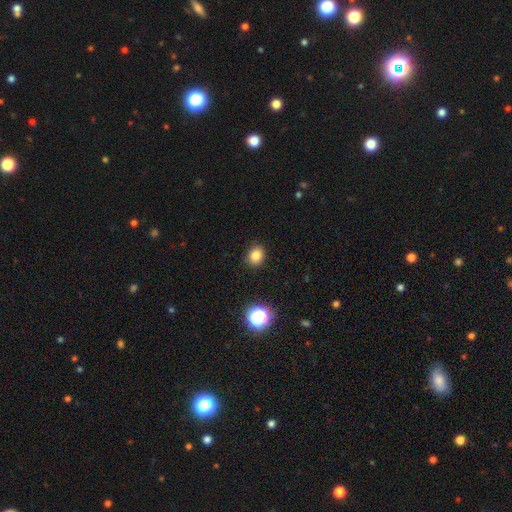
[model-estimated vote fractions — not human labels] Morphology: type=smooth (81%); roundness=round (60%); merging=none (88%).